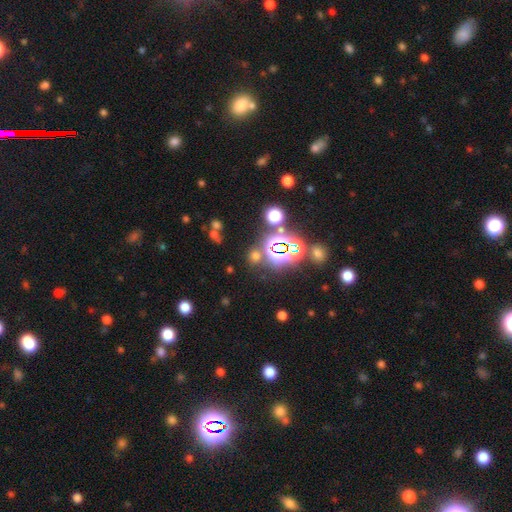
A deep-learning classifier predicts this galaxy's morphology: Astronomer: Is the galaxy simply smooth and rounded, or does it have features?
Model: star or artifact — 49% (runner-up: smooth, 44%).